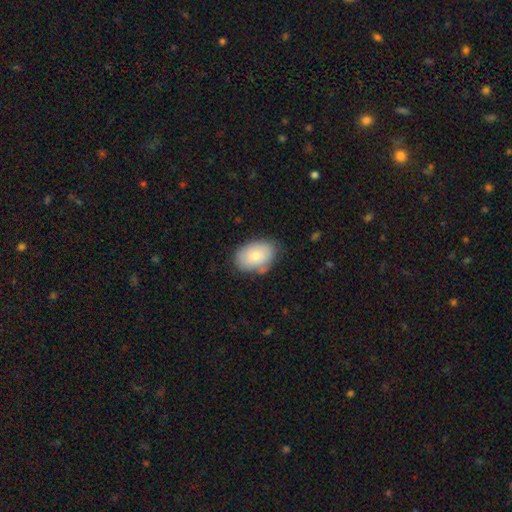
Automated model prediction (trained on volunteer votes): The model was most divided on "merging": none: 70%, minor disturbance: 22%, major disturbance: 5%, merger: 3%. More confident: how rounded — in between (84%); smooth or featured — smooth (77%).